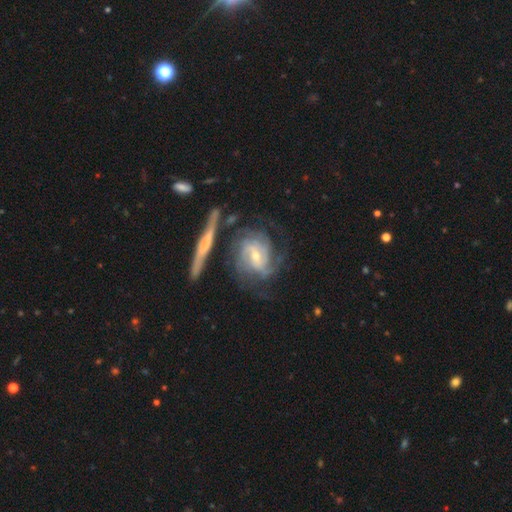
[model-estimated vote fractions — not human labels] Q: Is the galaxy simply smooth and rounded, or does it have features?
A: featured or disk — 85%.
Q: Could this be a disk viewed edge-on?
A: no — 95%.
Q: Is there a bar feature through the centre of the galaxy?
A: weak — 45%.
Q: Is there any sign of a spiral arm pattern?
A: yes — 95%.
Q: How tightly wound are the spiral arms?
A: tight — 49%.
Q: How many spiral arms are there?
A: can't tell — 27%, tied with 3.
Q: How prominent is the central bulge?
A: moderate — 49%.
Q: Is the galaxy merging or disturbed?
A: none — 57%.